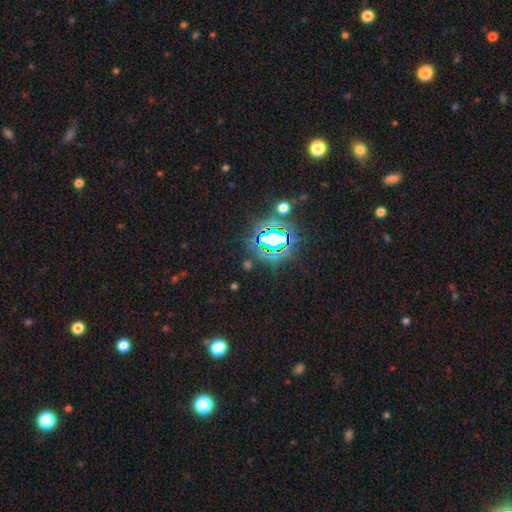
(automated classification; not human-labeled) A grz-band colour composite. It shows a star or artifact, not a galaxy (80%).